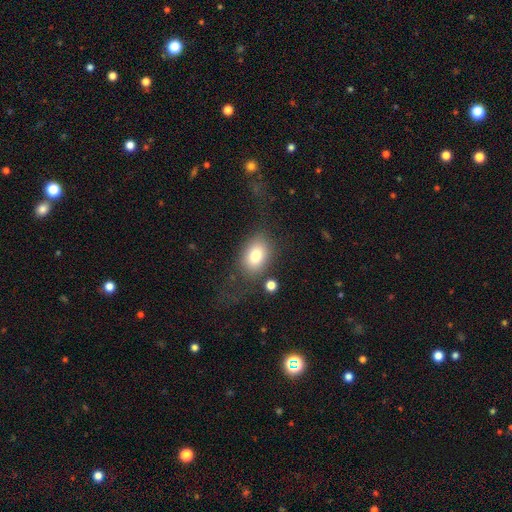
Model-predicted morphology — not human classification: smooth_or_featured: smooth (p=0.79) [alt: featured or disk p=0.12]
how_rounded: in between (p=0.80) [alt: round p=0.19]
merging: none (p=0.65) [alt: minor disturbance p=0.16]